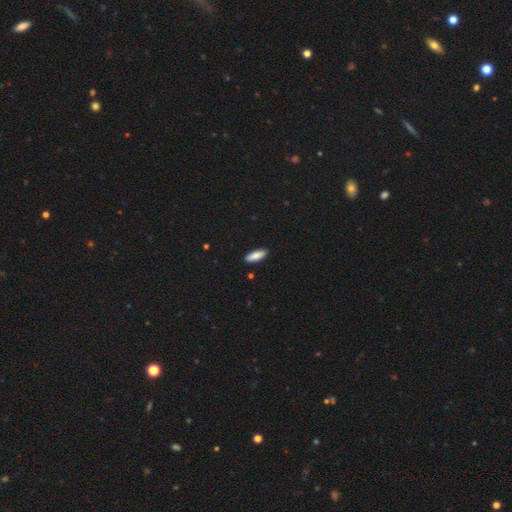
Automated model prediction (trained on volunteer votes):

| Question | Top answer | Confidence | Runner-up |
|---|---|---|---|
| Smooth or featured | smooth | 86% | featured or disk (8%) |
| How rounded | in between | 62% | cigar-shaped (36%) |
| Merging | none | 90% | minor disturbance (8%) |